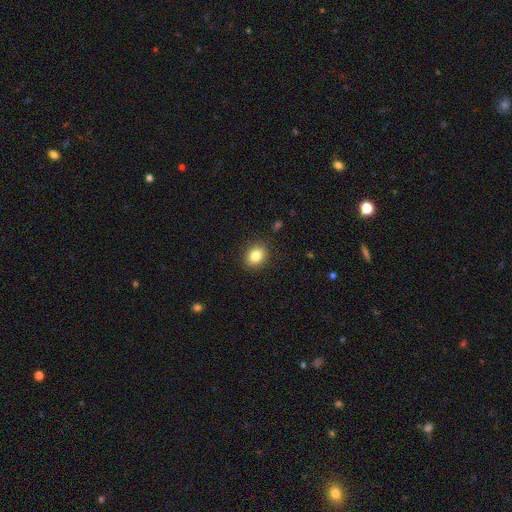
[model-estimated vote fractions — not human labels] Smooth or featured: smooth — 83% (star or artifact — 10%)
How rounded: round — 53% (in between — 47%)
Merging: none — 88% (minor disturbance — 9%)